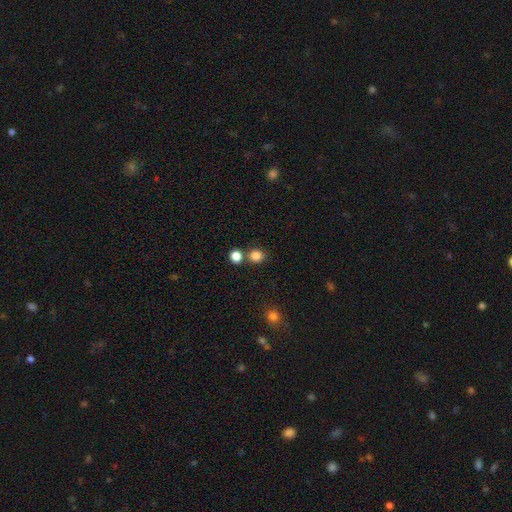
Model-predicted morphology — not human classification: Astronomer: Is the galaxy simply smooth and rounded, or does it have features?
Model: smooth — 83%.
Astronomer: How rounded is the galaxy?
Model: round — 78%.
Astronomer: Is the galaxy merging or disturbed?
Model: none — 70%.